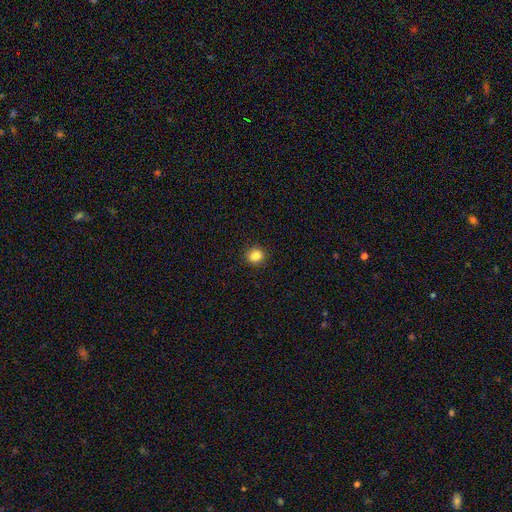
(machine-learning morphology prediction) A smooth galaxy with no disk features (84%) that is round (76%).

Vote fractions:
- Smooth or featured? smooth: 84% / star or artifact: 11% / featured or disk: 5%
- How rounded? round: 76% / in between: 23% / cigar-shaped: 1%
- Merging? none: 88% / minor disturbance: 8% / major disturbance: 2% / merger: 1%